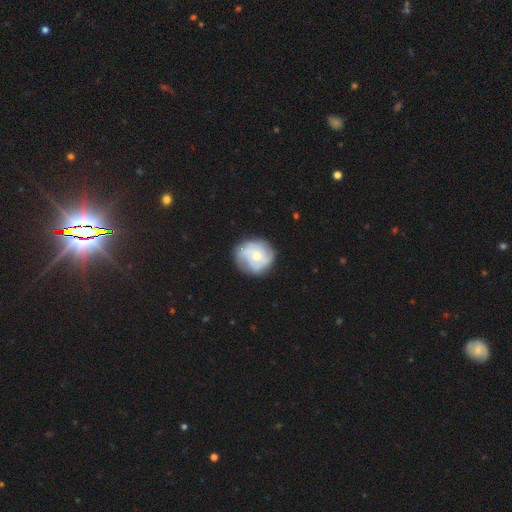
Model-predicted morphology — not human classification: Overall: featured or disk (59%; smooth 34%). Edge-on disk: no (98%). Bar: no (80%). Spiral arms: yes (82%). Bulge size: small (48%; moderate 47%). Merging: none (73%).